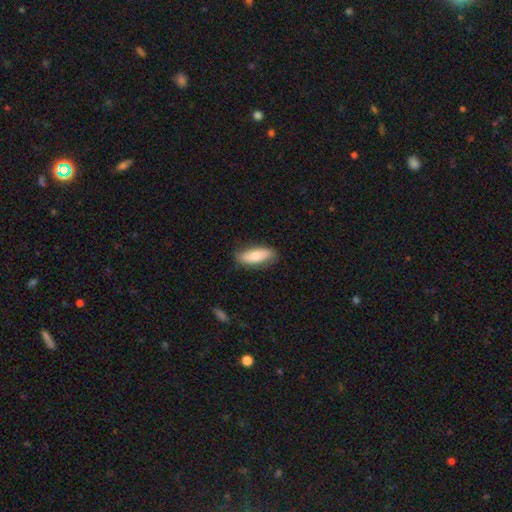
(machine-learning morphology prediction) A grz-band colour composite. It shows a smooth galaxy with no disk features (71%) that is in between round and cigar-shaped (74%). Merging: none (78%).